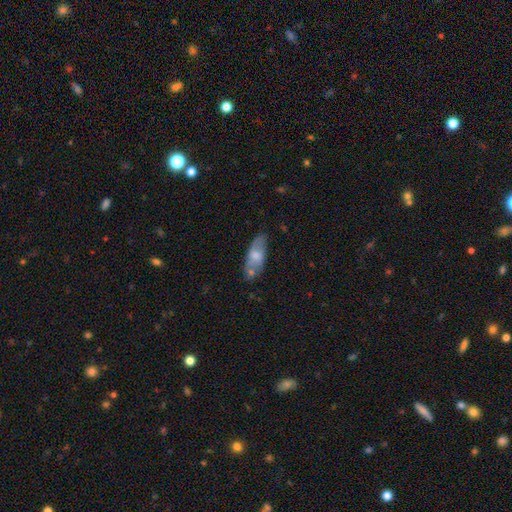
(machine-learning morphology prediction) Overall: smooth (62%; featured or disk 32%). How rounded: in between (76%). Merging: none (60%; minor disturbance 23%).